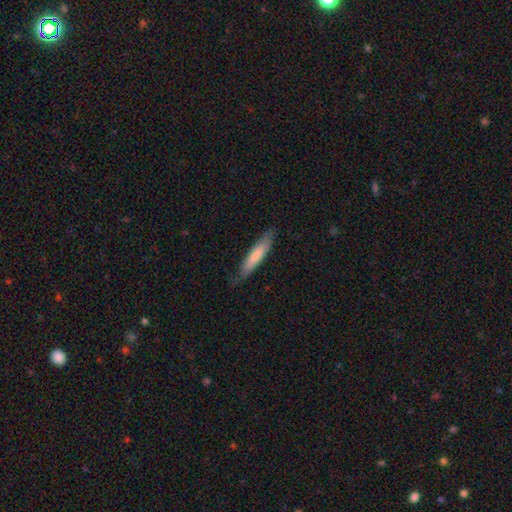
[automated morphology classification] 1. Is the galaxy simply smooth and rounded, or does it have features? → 74% smooth, 21% featured or disk, 5% star or artifact.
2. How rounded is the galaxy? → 82% cigar-shaped, 17% in between, 1% round.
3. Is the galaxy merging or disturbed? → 78% none, 18% minor disturbance, 3% major disturbance, 1% merger.